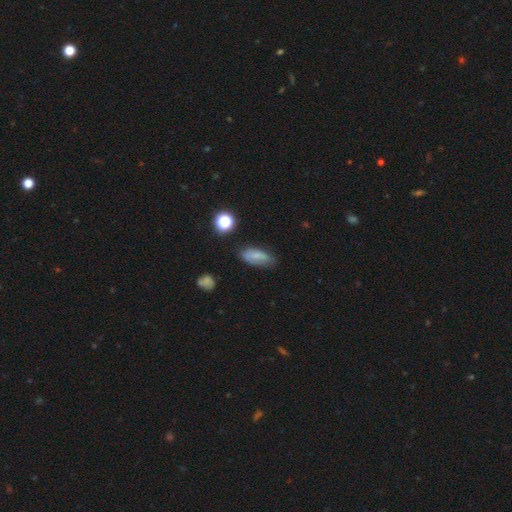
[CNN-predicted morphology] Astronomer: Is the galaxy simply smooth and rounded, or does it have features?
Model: smooth — 67%.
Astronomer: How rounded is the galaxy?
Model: in between — 86%.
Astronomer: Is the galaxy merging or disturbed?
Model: none — 69%.